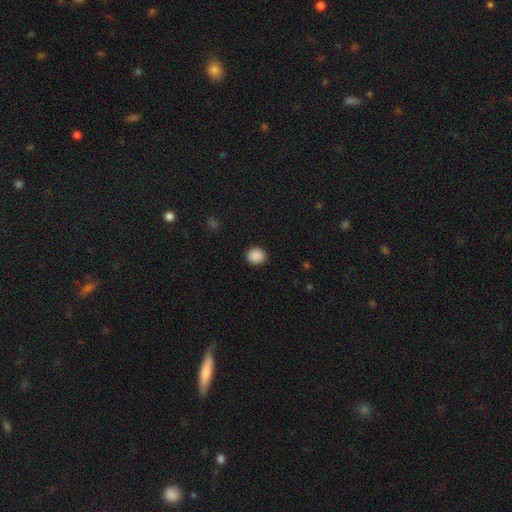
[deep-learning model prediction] smooth-or-featured: smooth: 89% | star or artifact: 9% | featured or disk: 2%
  how-rounded: round: 76% | in between: 23% | cigar-shaped: 1%
  merging: none: 90% | minor disturbance: 7% | major disturbance: 2% | merger: 1%